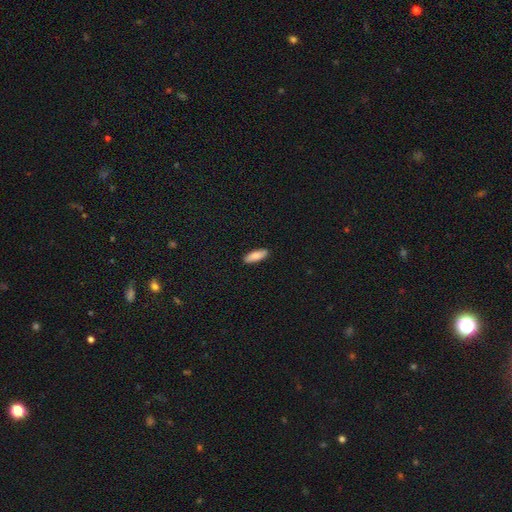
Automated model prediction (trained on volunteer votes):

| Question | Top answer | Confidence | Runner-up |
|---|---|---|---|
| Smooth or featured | smooth | 82% | featured or disk (11%) |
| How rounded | in between | 65% | cigar-shaped (33%) |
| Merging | none | 89% | minor disturbance (9%) |